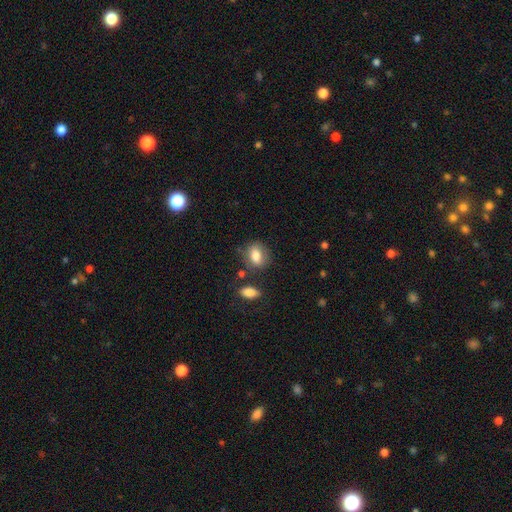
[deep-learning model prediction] Q: Smooth or featured?
A: smooth (81%); runner-up: featured or disk (11%)
Q: How rounded?
A: in between (69%); runner-up: round (29%)
Q: Merging?
A: none (71%); runner-up: minor disturbance (17%)